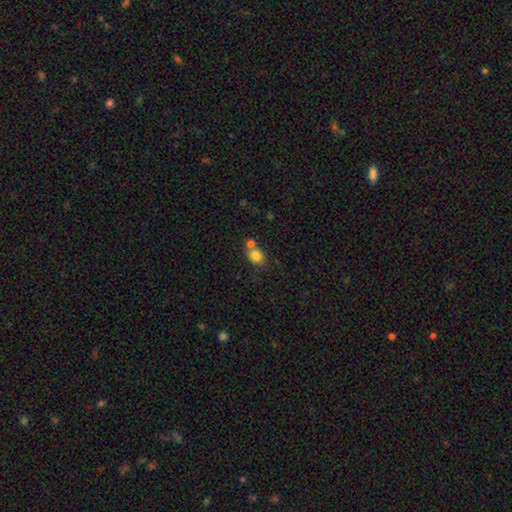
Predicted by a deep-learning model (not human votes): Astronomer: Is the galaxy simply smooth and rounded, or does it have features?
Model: smooth — 81%.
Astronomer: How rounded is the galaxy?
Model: round — 63%.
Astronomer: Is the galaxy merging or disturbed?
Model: none — 47% (runner-up: merger, 39%).